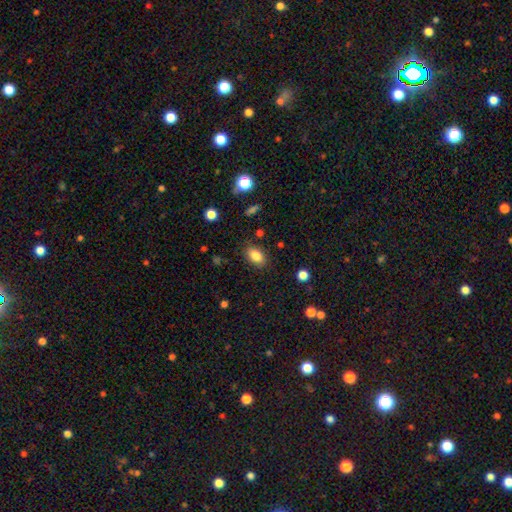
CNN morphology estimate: Overall: smooth (84%). How rounded: in between (86%). Merging: none (85%).